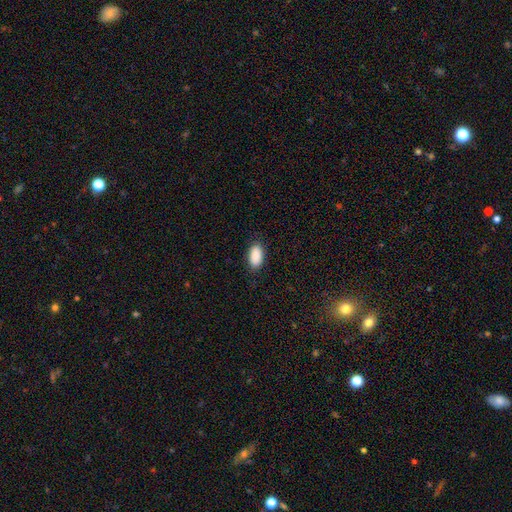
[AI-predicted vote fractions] This appears to be a smooth galaxy with no disk features (90%) that is in between round and cigar-shaped (94%). Merging: none (85%).